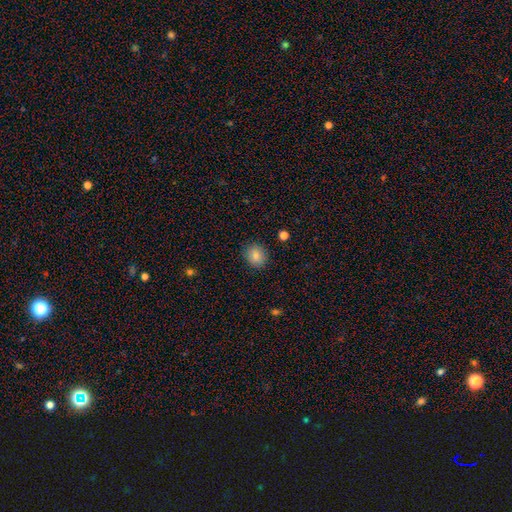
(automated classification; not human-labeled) This is clearly a smooth galaxy (83%). How rounded: likely round (72%). Merging: clearly none (89%).